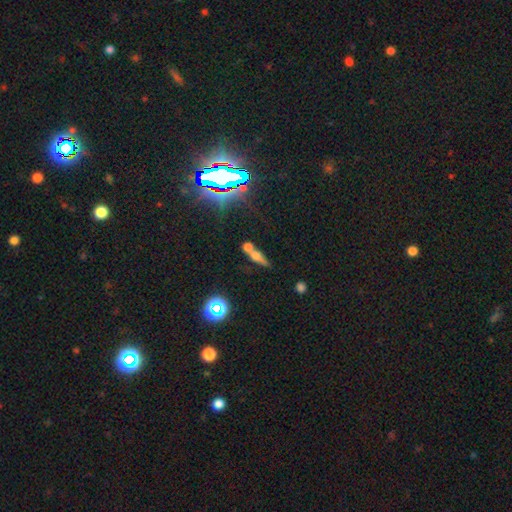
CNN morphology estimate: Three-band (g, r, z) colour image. It shows a smooth galaxy with no disk features (46%). Merging: merger (53%).